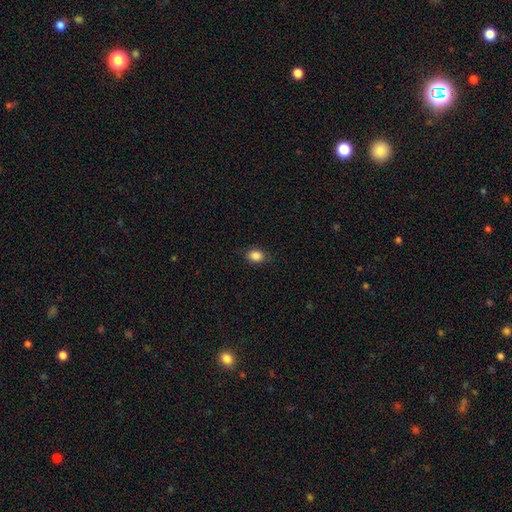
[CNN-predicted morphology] type=smooth (87%); roundness=in between (67%); merging=none (84%).